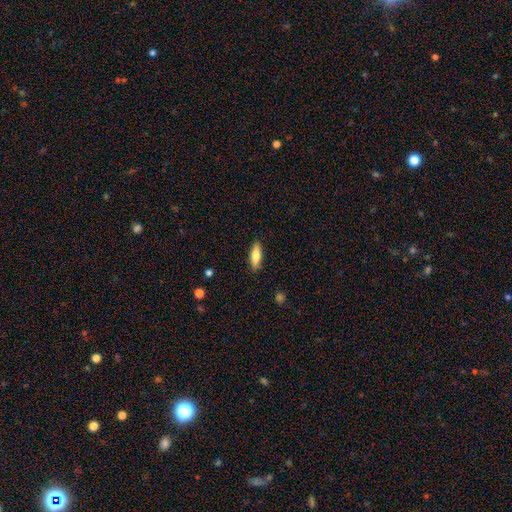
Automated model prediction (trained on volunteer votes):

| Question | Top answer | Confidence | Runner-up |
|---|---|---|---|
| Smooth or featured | smooth | 79% | featured or disk (15%) |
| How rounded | in between | 56% | cigar-shaped (42%) |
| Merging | none | 87% | minor disturbance (10%) |